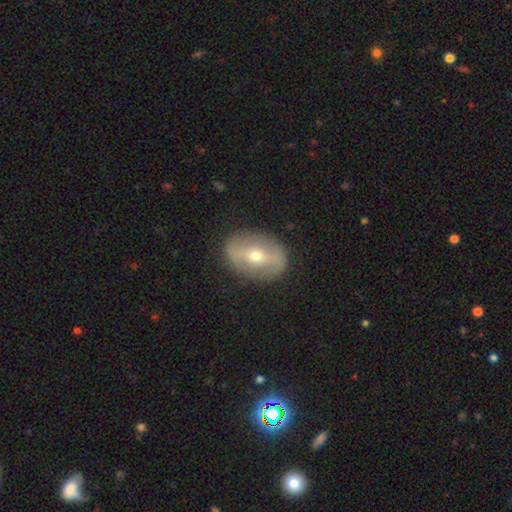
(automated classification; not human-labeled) A featured or disk galaxy (67%) with a strong bar (54%), no spiral arms (61%) and a moderate central bulge (54%).

Vote fractions:
- Smooth or featured? featured or disk: 67% / smooth: 27% / star or artifact: 7%
- Edge-on disk? no: 89% / yes: 11%
- Bar? strong: 54% / weak: 27% / no: 18%
- Spiral arms? no: 61% / yes: 39%
- Bulge size? moderate: 54% / small: 42% / large: 2% / dominant: 1% / none: 1%
- Merging? none: 85% / minor disturbance: 10% / major disturbance: 4% / merger: 1%